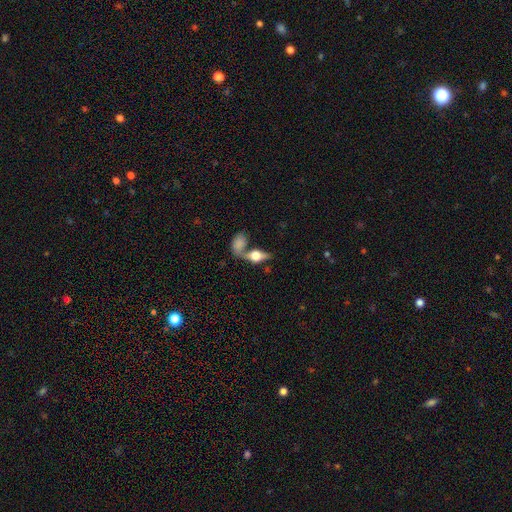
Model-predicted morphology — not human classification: A featured or disk galaxy (50%). Merging: none (46%).